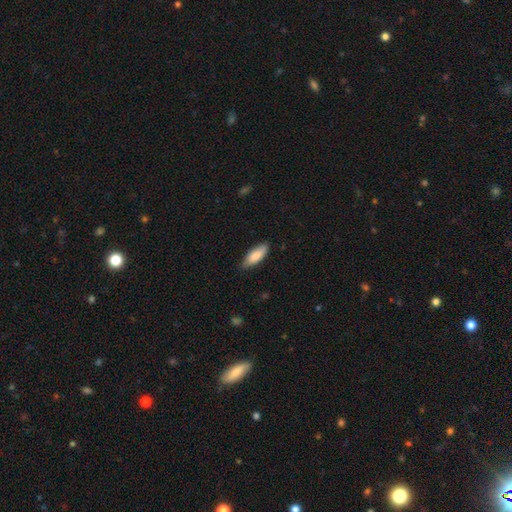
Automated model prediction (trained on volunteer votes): smooth-or-featured: smooth: 84% | featured or disk: 10% | star or artifact: 6%
  how-rounded: in between: 67% | cigar-shaped: 31% | round: 2%
  merging: none: 80% | minor disturbance: 17% | major disturbance: 2% | merger: 1%